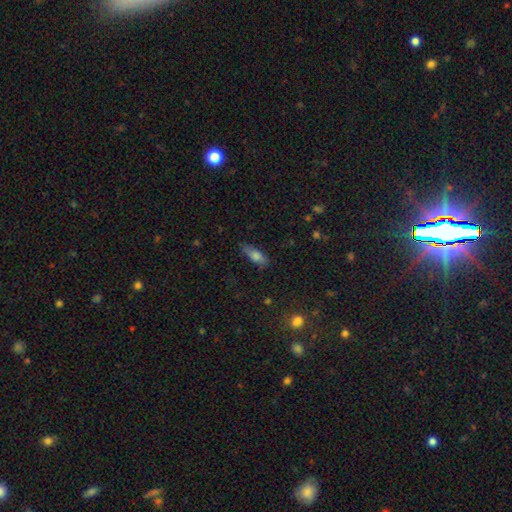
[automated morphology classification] smooth-or-featured: smooth: 75% | featured or disk: 15% | star or artifact: 9%
  how-rounded: in between: 66% | cigar-shaped: 31% | round: 3%
  merging: none: 71% | minor disturbance: 22% | major disturbance: 5% | merger: 2%